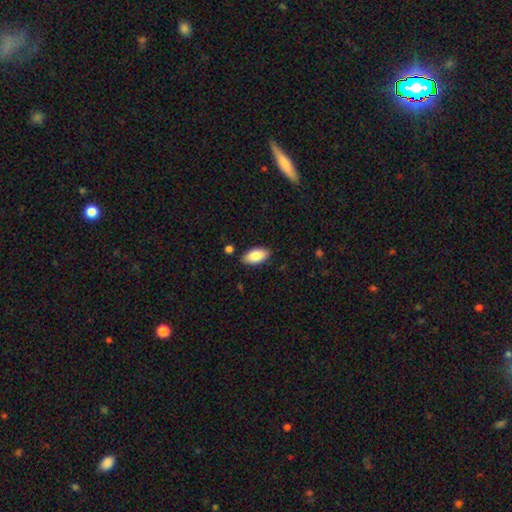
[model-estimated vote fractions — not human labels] Smooth or featured: smooth — 86% (featured or disk — 8%)
How rounded: in between — 94% (cigar-shaped — 4%)
Merging: none — 85% (minor disturbance — 10%)